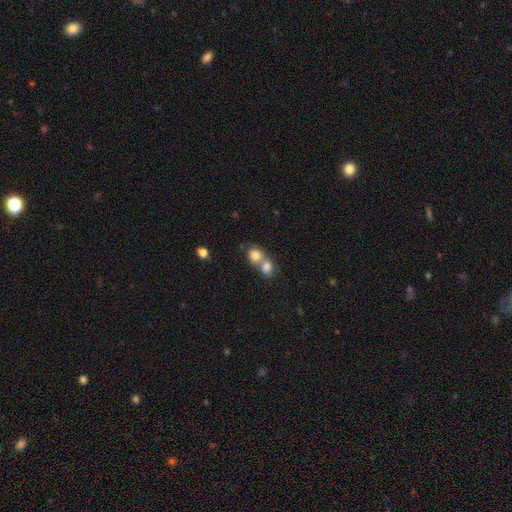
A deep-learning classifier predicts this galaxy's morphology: Smooth or featured: smooth — 79% (featured or disk — 11%)
How rounded: round — 68% (in between — 31%)
Merging: merger — 65% (none — 27%)